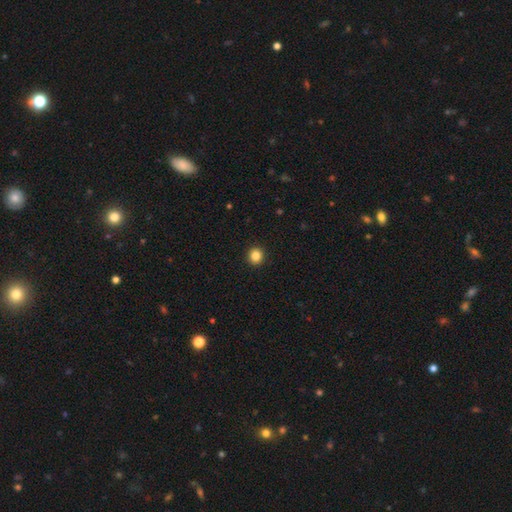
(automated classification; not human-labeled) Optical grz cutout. It shows a smooth galaxy with no disk features (85%) that is round (89%). Merging: none (93%).